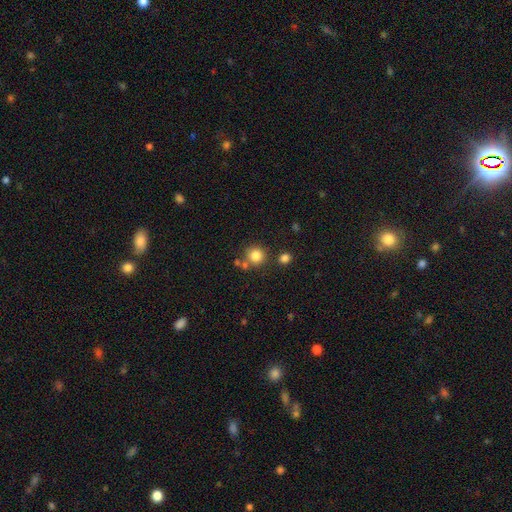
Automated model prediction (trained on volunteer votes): This is clearly a smooth galaxy (82%). How rounded: clearly round (92%). Merging: likely none (75%).